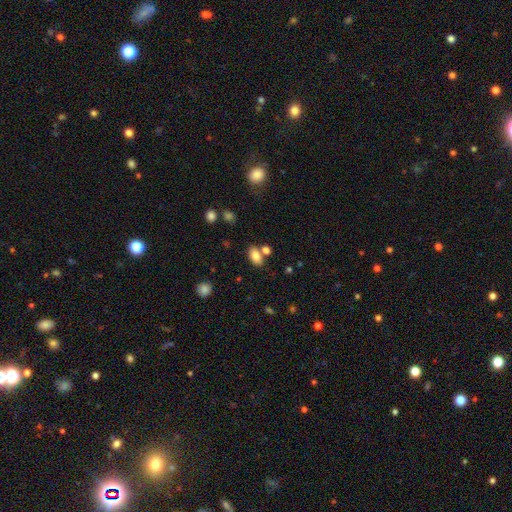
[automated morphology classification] Overall: smooth (83%). How rounded: in between (90%). Merging: none (65%).